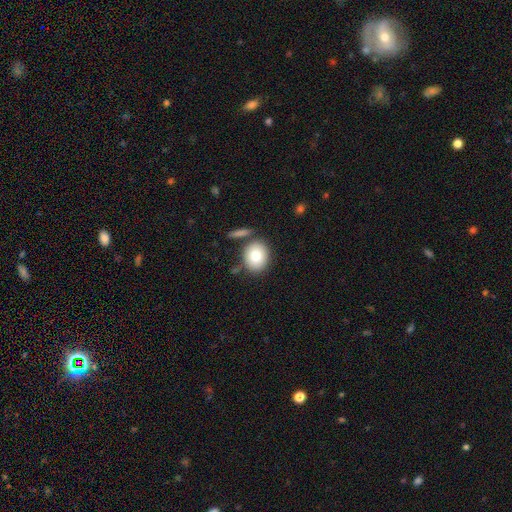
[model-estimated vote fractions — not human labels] This appears to be a smooth galaxy with no disk features (82%) that is round (54%). Merging: none (73%).